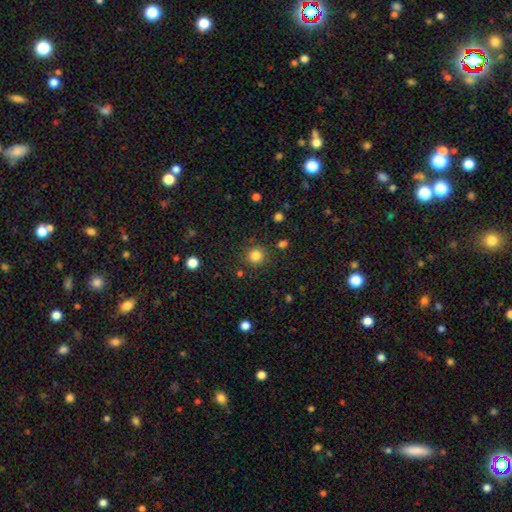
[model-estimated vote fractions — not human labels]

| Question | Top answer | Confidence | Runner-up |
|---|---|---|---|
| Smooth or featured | smooth | 83% | star or artifact (12%) |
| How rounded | round | 93% | in between (6%) |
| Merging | none | 86% | minor disturbance (7%) |